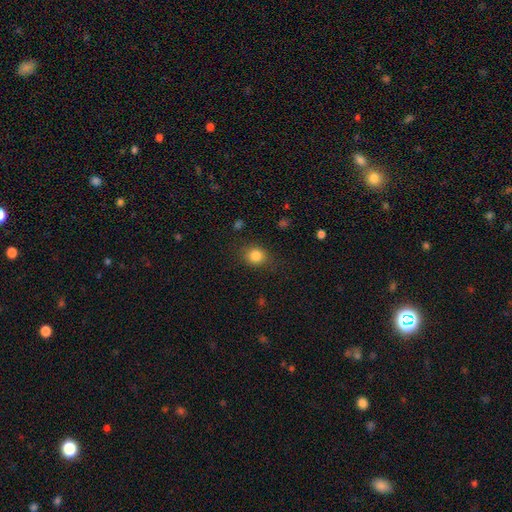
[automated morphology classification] Overall: smooth (83%). How rounded: round (68%; in between 31%). Merging: none (81%).